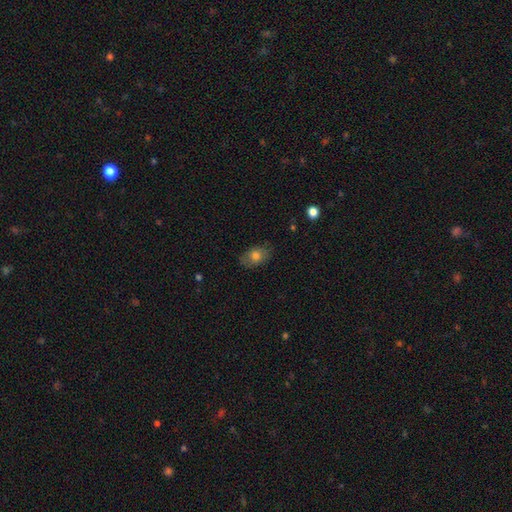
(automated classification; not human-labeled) Smooth or featured? Predicted: smooth (p=0.74). How rounded? Predicted: in between (p=0.81). Merging? Predicted: none (p=0.77).